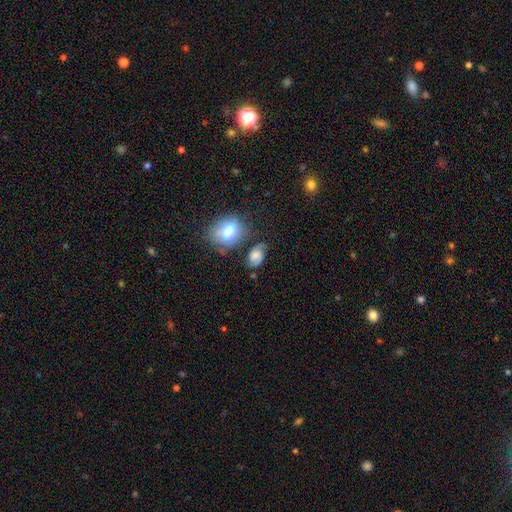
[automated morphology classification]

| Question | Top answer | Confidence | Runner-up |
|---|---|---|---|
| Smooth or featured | smooth | 53% | featured or disk (36%) |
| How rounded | in between | 78% | round (20%) |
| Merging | none | 50% | minor disturbance (27%) |